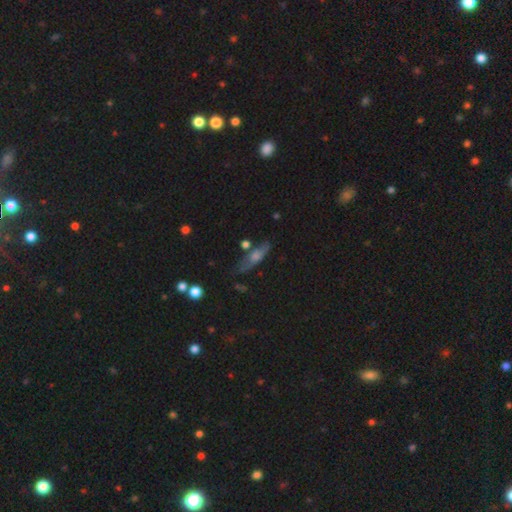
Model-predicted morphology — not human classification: A smooth galaxy with no disk features (43%, tied with featured or disk). Merging: none (69%).